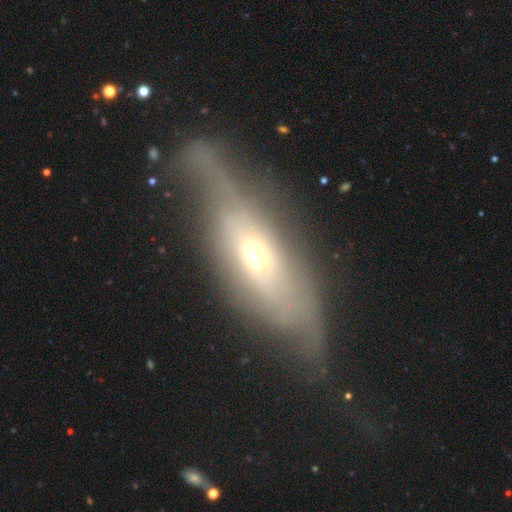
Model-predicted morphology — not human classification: Smooth or featured? featured or disk (61%)
Edge-on disk? no (61%)
Merging? none (39%)